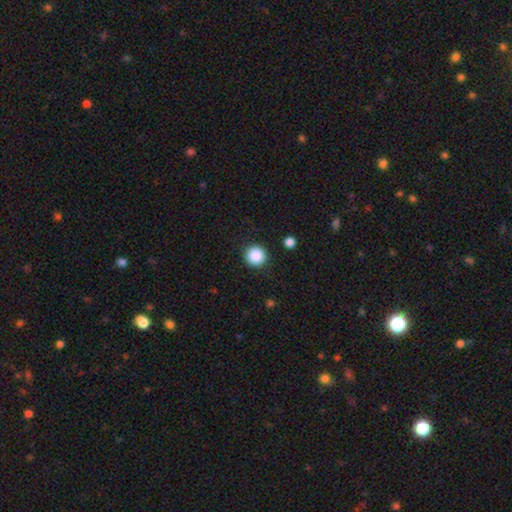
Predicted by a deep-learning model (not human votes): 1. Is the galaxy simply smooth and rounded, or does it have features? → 88% smooth, 9% star or artifact, 3% featured or disk.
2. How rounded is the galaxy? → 96% round, 3% in between, 1% cigar-shaped.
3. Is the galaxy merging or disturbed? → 91% none, 6% minor disturbance, 2% major disturbance, 1% merger.